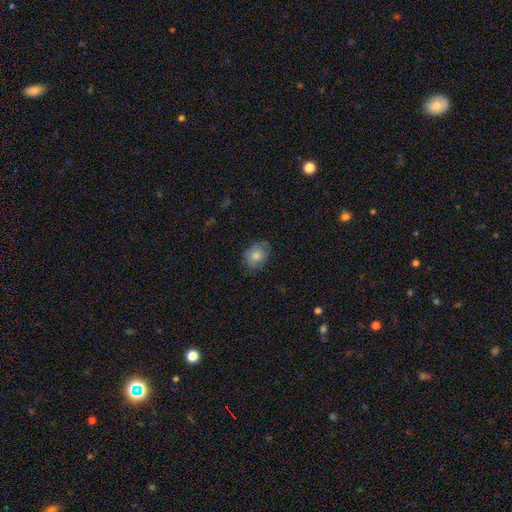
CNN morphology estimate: A smooth galaxy with no disk features (73%) that is in between round and cigar-shaped (58%).

Vote fractions:
- Smooth or featured? smooth: 73% / featured or disk: 17% / star or artifact: 10%
- How rounded? in between: 58% / round: 41% / cigar-shaped: 1%
- Merging? none: 74% / minor disturbance: 20% / major disturbance: 5% / merger: 1%